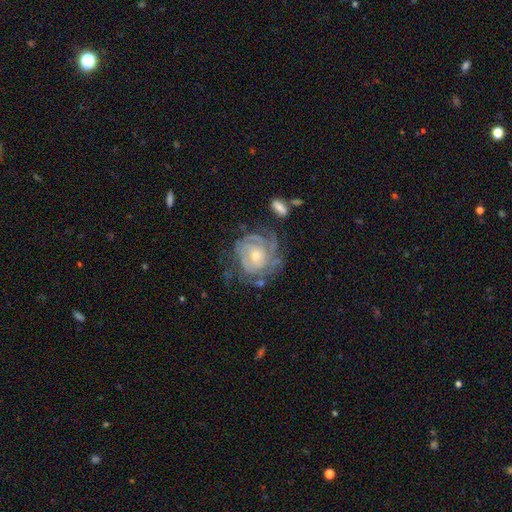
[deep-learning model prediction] Smooth or featured?
  - featured or disk: 82% *
  - smooth: 12%
  - star or artifact: 6%
Edge-on disk?
  - no: 97% *
  - yes: 3%
Bar?
  - no: 77% *
  - weak: 20%
  - strong: 4%
Spiral arms?
  - yes: 89% *
  - no: 11%
Spiral winding?
  - tight: 72% *
  - medium: 21%
  - loose: 7%
Spiral arm count?
  - can't tell: 47% *
  - 3: 17%
  - 2: 15%
  - 4: 11%
  - 1: 6%
  - more than 4: 6%
Bulge size?
  - small: 50% *
  - moderate: 45%
  - large: 3%
  - none: 1%
  - dominant: 1%
Merging?
  - none: 56% *
  - minor disturbance: 22%
  - major disturbance: 17%
  - merger: 4%